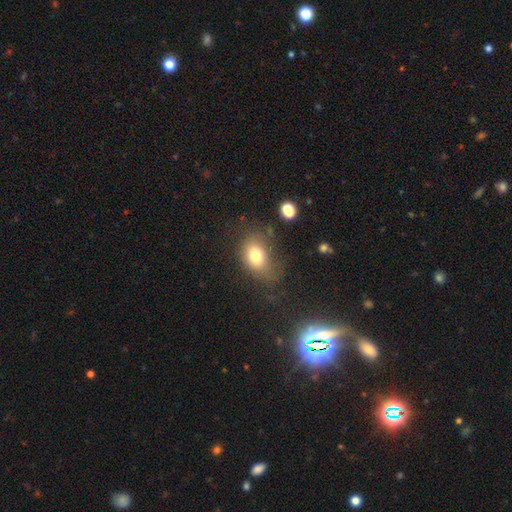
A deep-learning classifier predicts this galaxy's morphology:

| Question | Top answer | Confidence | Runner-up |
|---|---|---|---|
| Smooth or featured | smooth | 74% | featured or disk (14%) |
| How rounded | in between | 68% | round (30%) |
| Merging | none | 51% | minor disturbance (27%) |